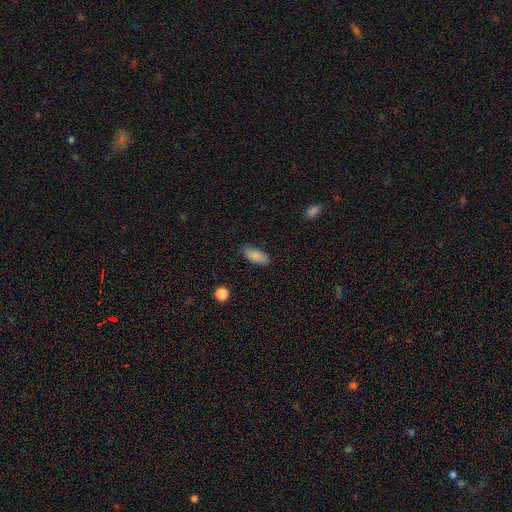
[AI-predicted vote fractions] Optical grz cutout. It shows a smooth galaxy with no disk features (83%) that is in between round and cigar-shaped (89%). Merging: none (79%).